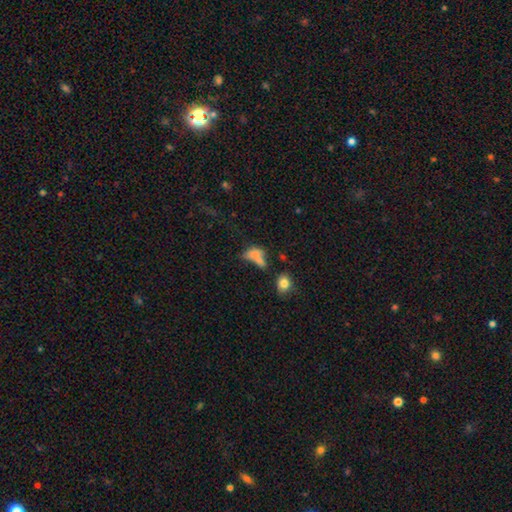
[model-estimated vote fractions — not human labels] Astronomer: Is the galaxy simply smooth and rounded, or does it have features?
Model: smooth — 68%.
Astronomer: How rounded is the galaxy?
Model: in between — 76%.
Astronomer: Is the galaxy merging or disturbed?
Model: merger — 43% (runner-up: none, 27%).